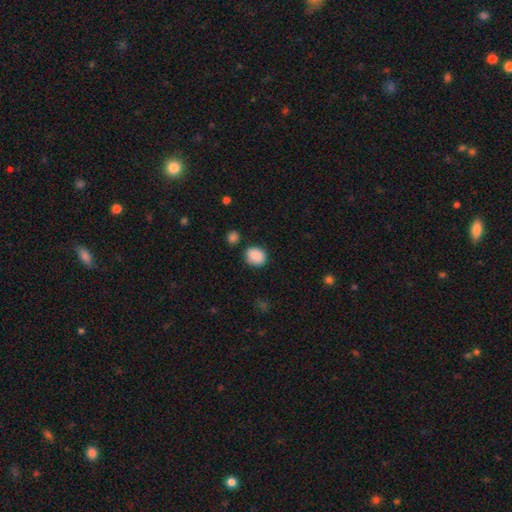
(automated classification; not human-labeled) Morphology: type=smooth (89%); roundness=round (68%); merging=none (80%).